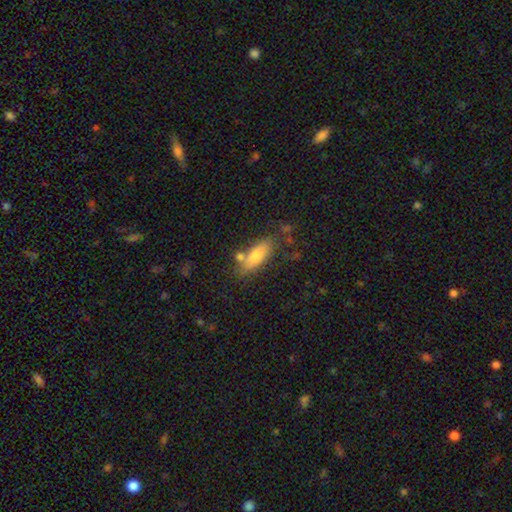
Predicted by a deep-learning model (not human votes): smooth-or-featured: smooth: 73% | featured or disk: 20% | star or artifact: 8%
  how-rounded: in between: 64% | cigar-shaped: 33% | round: 3%
  merging: none: 71% | minor disturbance: 15% | merger: 10% | major disturbance: 4%